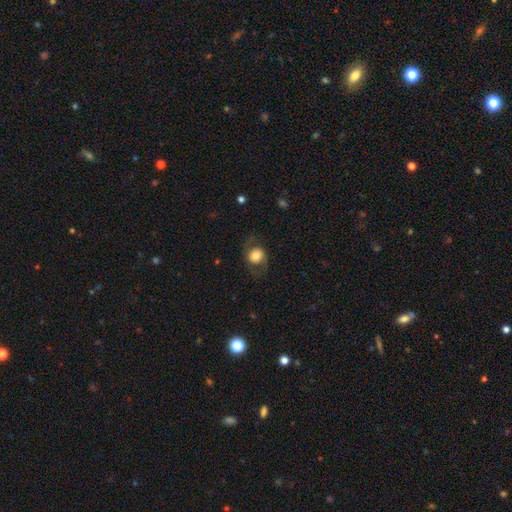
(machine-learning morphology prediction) Smooth or featured? smooth (59%)
How rounded? round (72%)
Merging? none (69%)